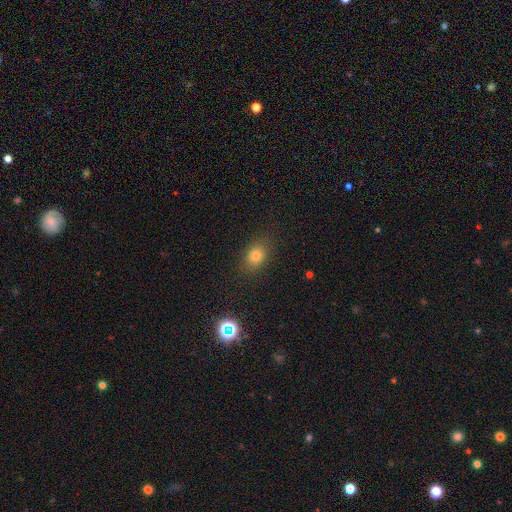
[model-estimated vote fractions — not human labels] This appears to be a smooth galaxy with no disk features (77%) that is in between round and cigar-shaped (62%). Merging: none (84%).